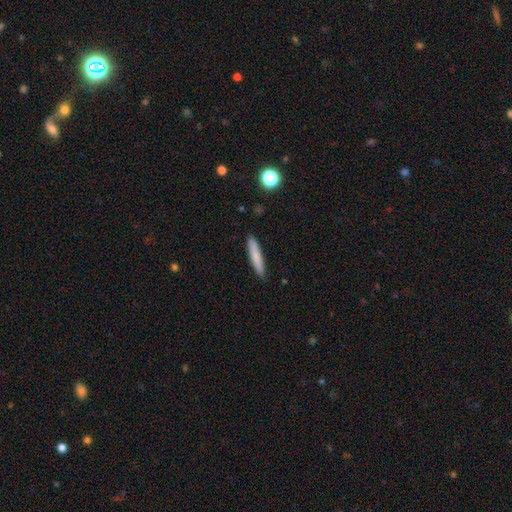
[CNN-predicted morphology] Overall: smooth (79%). How rounded: cigar-shaped (92%). Merging: none (90%).